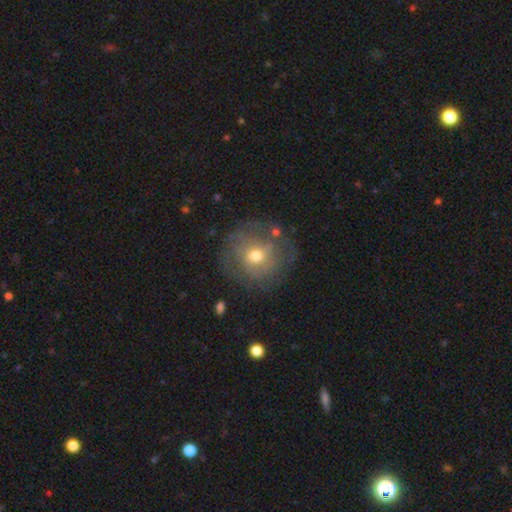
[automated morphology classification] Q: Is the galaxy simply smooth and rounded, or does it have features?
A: featured or disk — 49%.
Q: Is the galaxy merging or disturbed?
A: none — 72%.